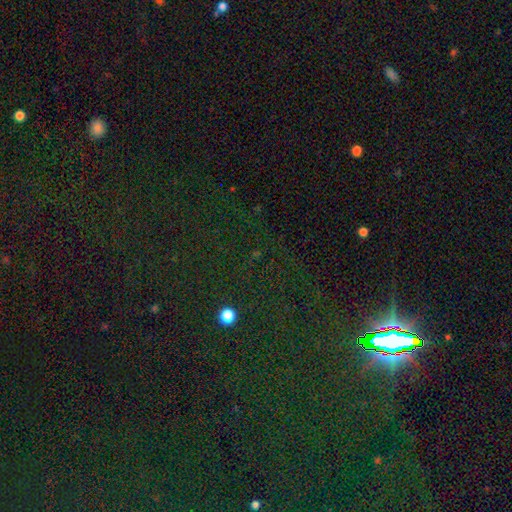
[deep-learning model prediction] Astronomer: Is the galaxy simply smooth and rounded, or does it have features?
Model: star or artifact — 81%.